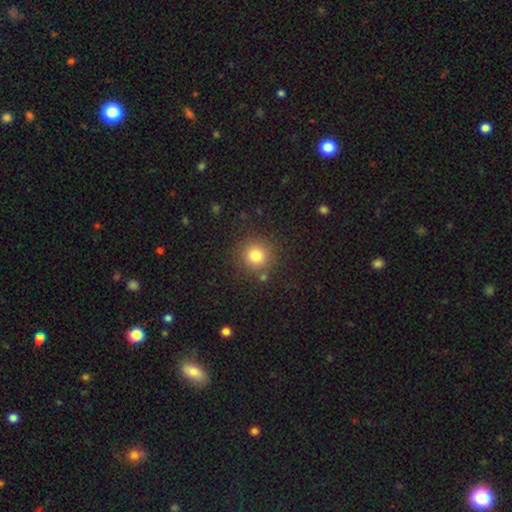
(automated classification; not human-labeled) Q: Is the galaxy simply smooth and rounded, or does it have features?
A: smooth — 81%.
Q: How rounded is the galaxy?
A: round — 93%.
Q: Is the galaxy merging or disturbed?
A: none — 85%.